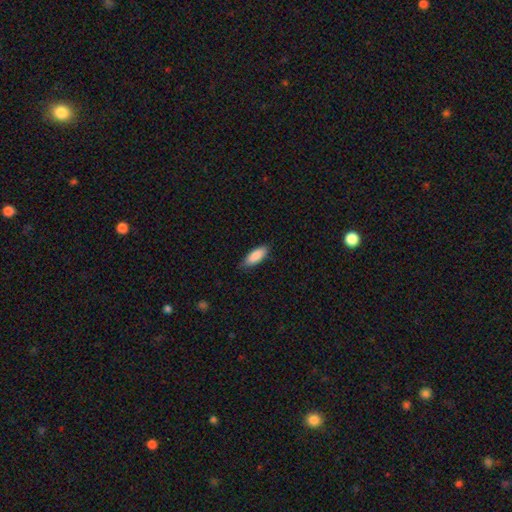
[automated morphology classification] Smooth or featured: smooth — 88% (featured or disk — 6%)
How rounded: in between — 75% (cigar-shaped — 24%)
Merging: none — 82% (minor disturbance — 15%)